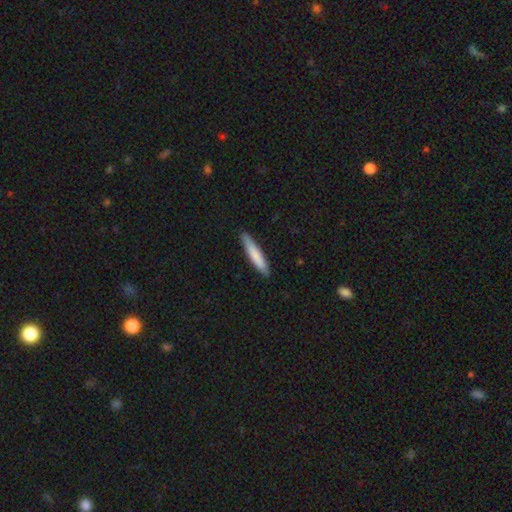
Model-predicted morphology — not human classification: This appears to be a smooth galaxy with no disk features (79%) that is cigar-shaped (90%). Merging: none (88%).